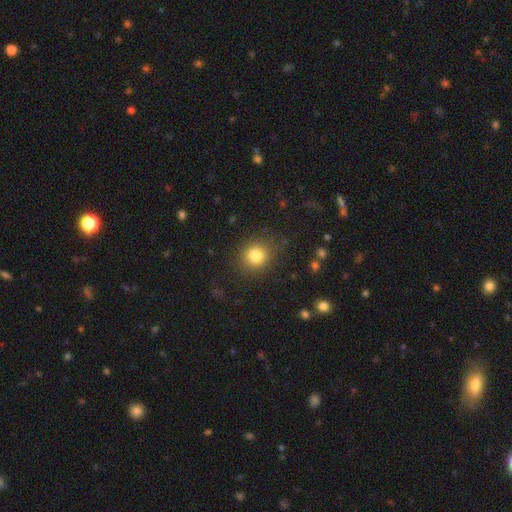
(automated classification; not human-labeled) This appears to be a smooth galaxy with no disk features (82%) that is round (83%). Merging: none (84%).